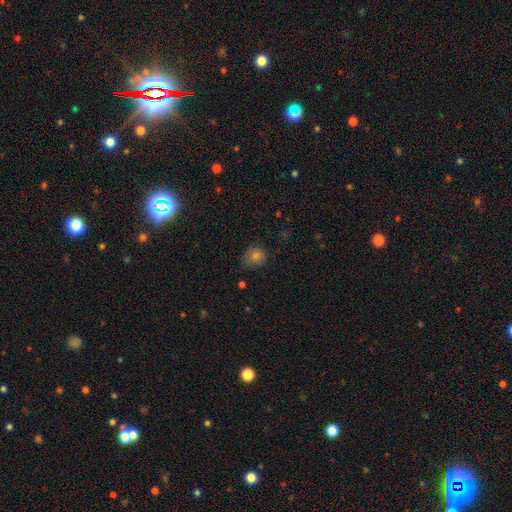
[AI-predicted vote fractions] The model was most divided on "merging": none: 71%, minor disturbance: 21%, major disturbance: 6%, merger: 2%. More confident: how rounded — round (80%); smooth or featured — smooth (72%).